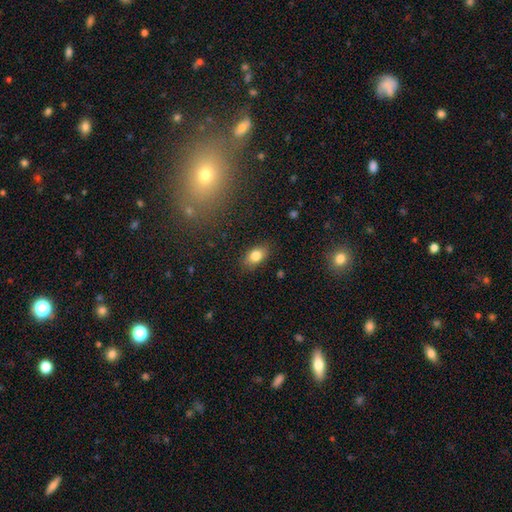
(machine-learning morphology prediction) This is clearly a smooth galaxy (82%). How rounded: clearly in between (87%). Merging: clearly none (86%).